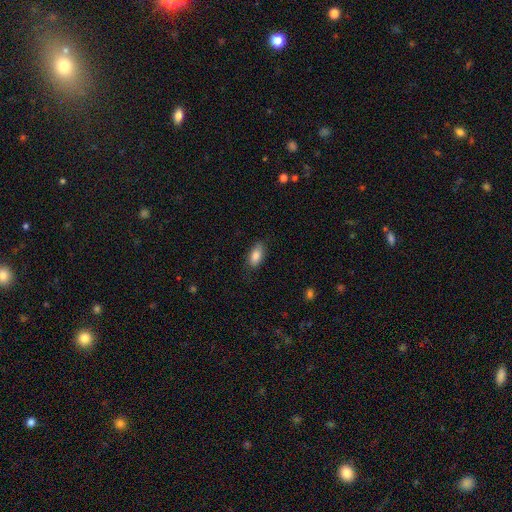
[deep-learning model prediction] smooth-or-featured: smooth: 85% | featured or disk: 8% | star or artifact: 7%
  how-rounded: in between: 89% | cigar-shaped: 8% | round: 3%
  merging: none: 78% | minor disturbance: 17% | major disturbance: 4% | merger: 1%